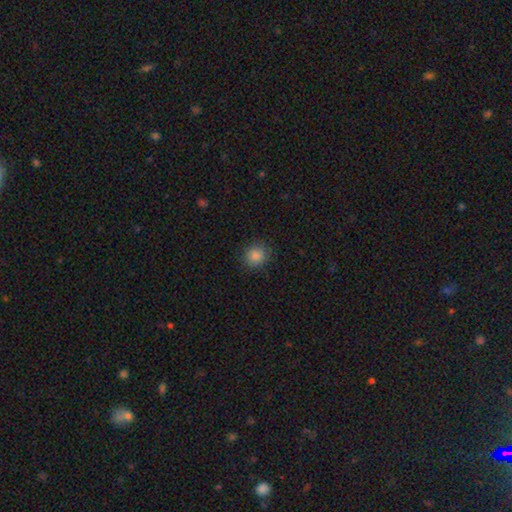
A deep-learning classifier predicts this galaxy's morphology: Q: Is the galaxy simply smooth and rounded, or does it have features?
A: smooth — 86%.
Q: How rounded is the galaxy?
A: round — 81%.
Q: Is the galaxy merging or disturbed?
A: none — 87%.